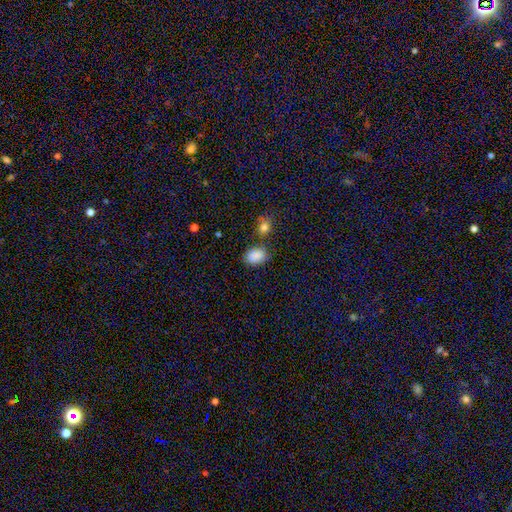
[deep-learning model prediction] A smooth galaxy with no disk features (87%) that is in between round and cigar-shaped (78%). Merging: none (72%).